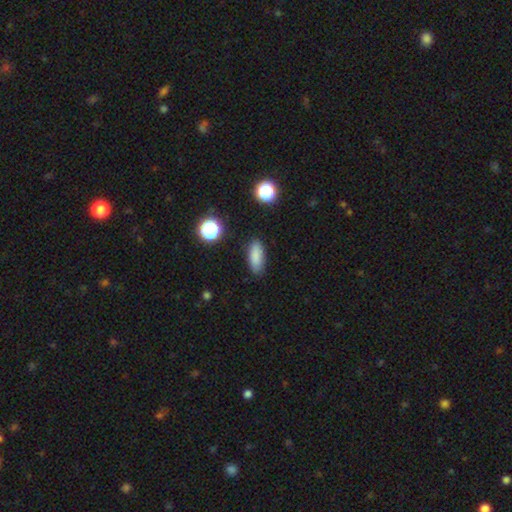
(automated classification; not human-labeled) The model was most divided on "how rounded": in between: 74%, cigar-shaped: 22%, round: 4%. More confident: merging — none (86%); smooth or featured — smooth (84%).